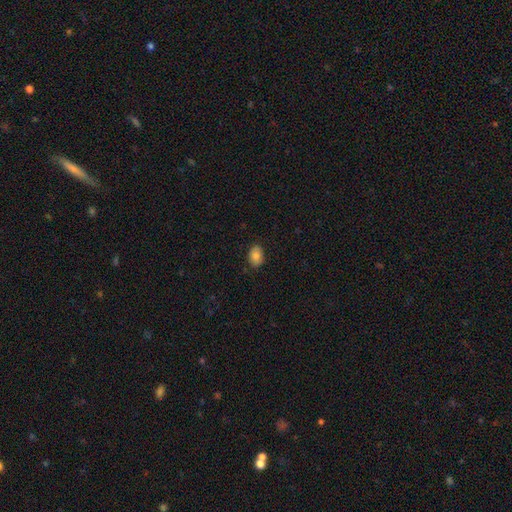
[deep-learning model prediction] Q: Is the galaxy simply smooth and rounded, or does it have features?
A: smooth — 82%.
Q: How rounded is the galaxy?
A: in between — 80%.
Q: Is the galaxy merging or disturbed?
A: none — 85%.